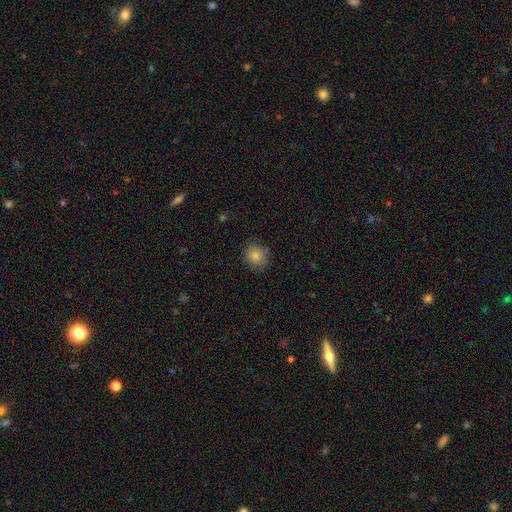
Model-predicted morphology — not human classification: A smooth galaxy with no disk features (81%) that is round (83%).

Vote fractions:
- Smooth or featured? smooth: 81% / star or artifact: 11% / featured or disk: 8%
- How rounded? round: 83% / in between: 16% / cigar-shaped: 1%
- Merging? none: 84% / minor disturbance: 12% / major disturbance: 3% / merger: 1%